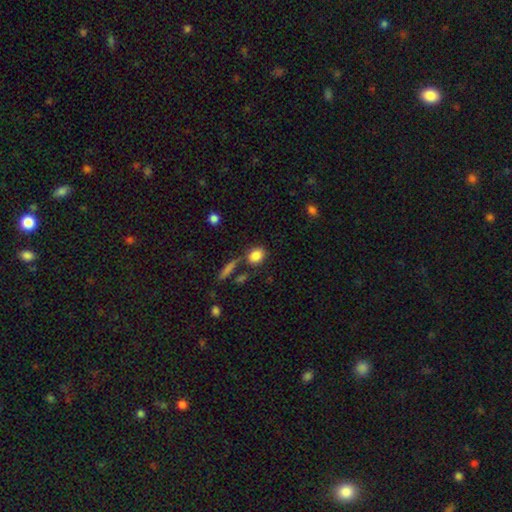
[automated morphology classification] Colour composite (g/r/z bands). It shows a smooth galaxy with no disk features (85%) that is in between round and cigar-shaped (51%). Merging: none (72%).